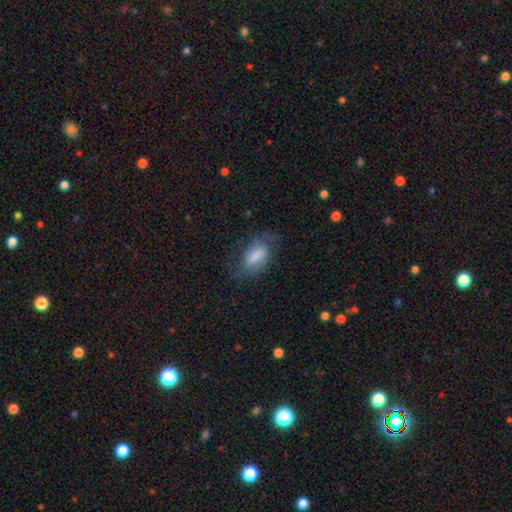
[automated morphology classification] A smooth galaxy with no disk features (54%) that is in between round and cigar-shaped (88%).

Vote fractions:
- Smooth or featured? smooth: 54% / featured or disk: 38% / star or artifact: 9%
- How rounded? in between: 88% / round: 6% / cigar-shaped: 5%
- Merging? none: 59% / minor disturbance: 22% / major disturbance: 17% / merger: 1%